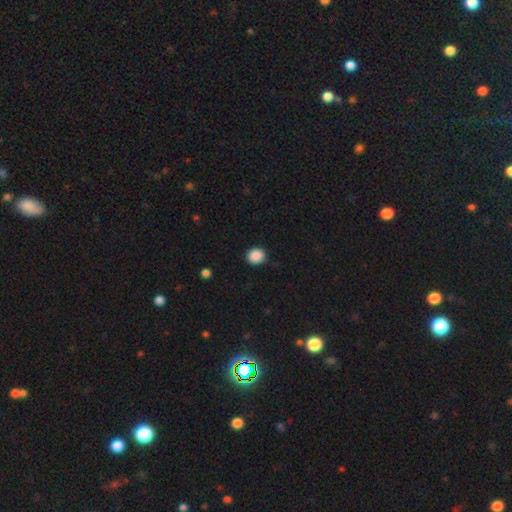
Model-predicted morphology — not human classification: The model was most divided on "how rounded": round: 72%, in between: 27%, cigar-shaped: 1%. More confident: merging — none (90%); smooth or featured — smooth (89%).